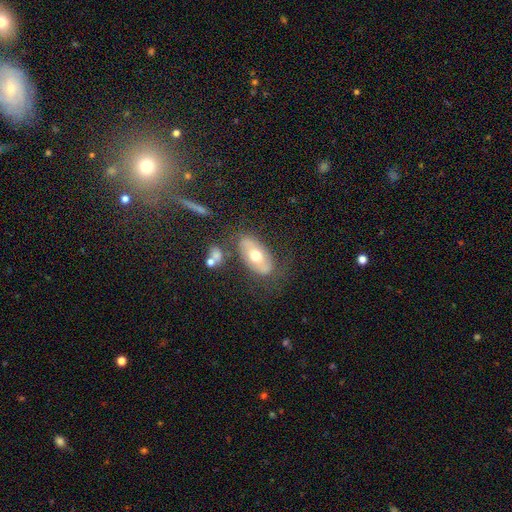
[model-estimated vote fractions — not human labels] Smooth or featured? Predicted: smooth (p=0.48). Merging? Predicted: none (p=0.68).